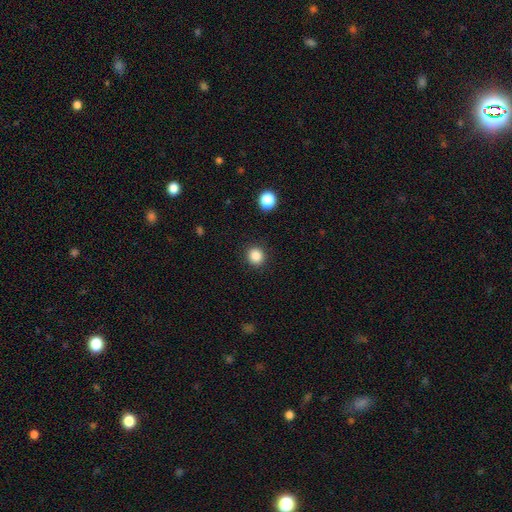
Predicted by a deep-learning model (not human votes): Morphology: type=smooth (85%); roundness=round (89%); merging=none (90%).